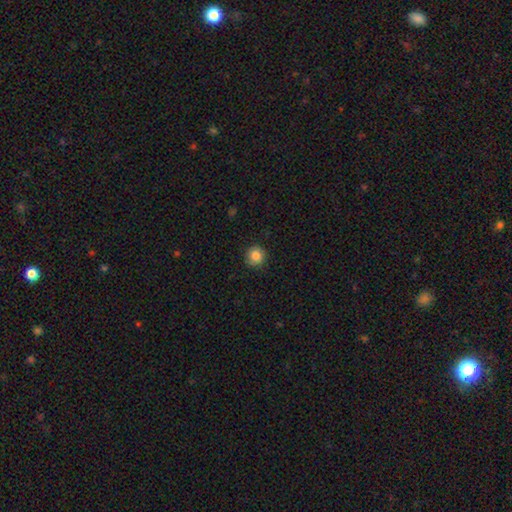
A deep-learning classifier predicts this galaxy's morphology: smooth 85%, star or artifact 10%, featured or disk 5%. Down the decision tree: how rounded — round (94%); merging — none (90%).